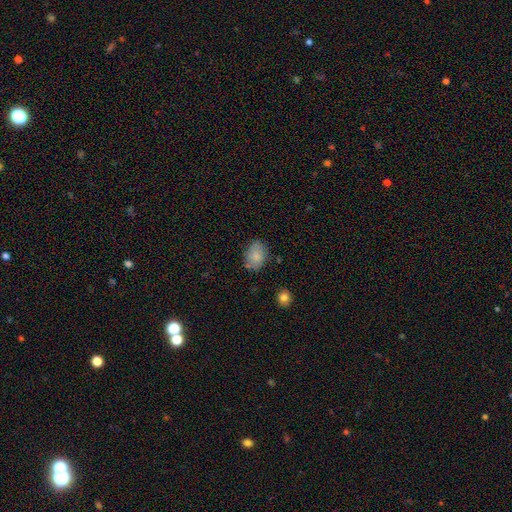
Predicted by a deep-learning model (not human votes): The model was most divided on "how rounded": in between: 75%, round: 24%, cigar-shaped: 1%. More confident: smooth or featured — smooth (82%); merging — none (75%).